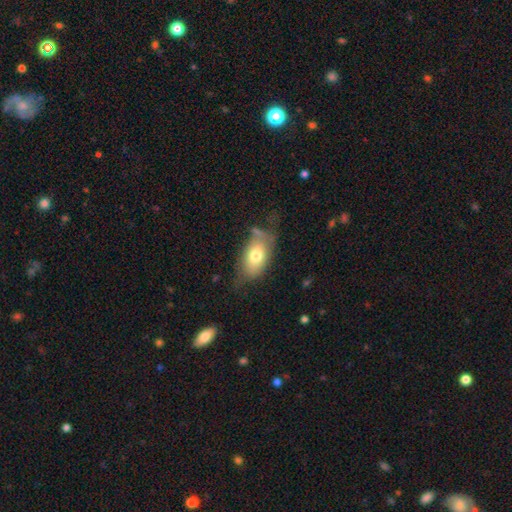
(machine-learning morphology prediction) smooth-or-featured: smooth: 70% | featured or disk: 23% | star or artifact: 7%
  how-rounded: in between: 90% | round: 7% | cigar-shaped: 3%
  merging: none: 52% | minor disturbance: 29% | major disturbance: 14% | merger: 5%